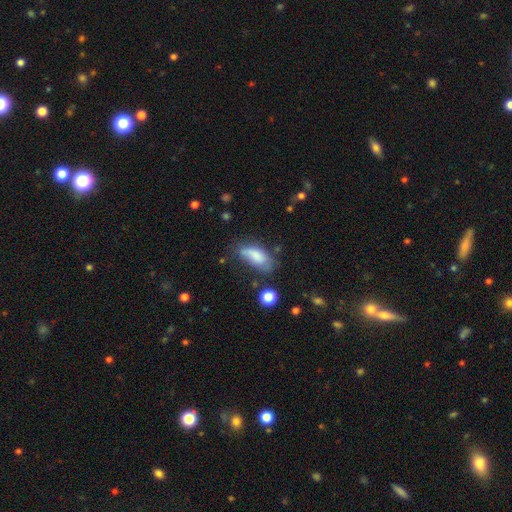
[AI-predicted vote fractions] A smooth galaxy with no disk features (74%) that is in between round and cigar-shaped (81%). Merging: none (41%).